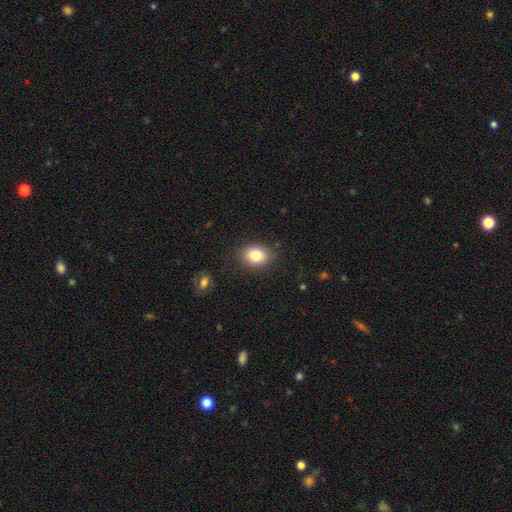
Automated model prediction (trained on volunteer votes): Morphology: type=smooth (82%); roundness=in between (62%); merging=none (85%).